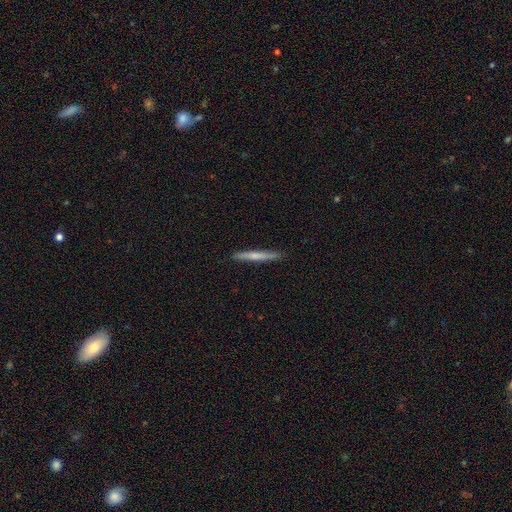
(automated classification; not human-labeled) This appears to be a smooth galaxy with no disk features (59%) that is cigar-shaped (96%). Merging: none (91%).